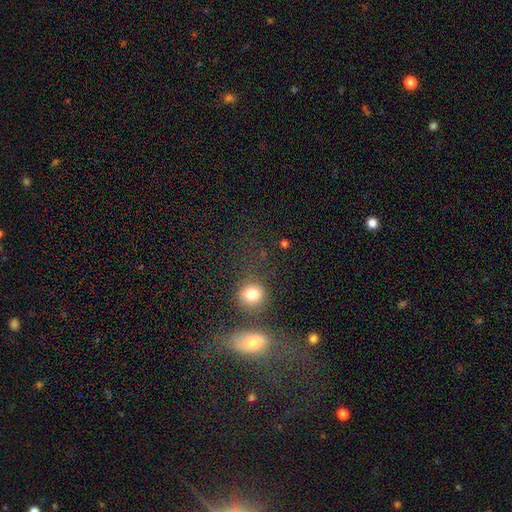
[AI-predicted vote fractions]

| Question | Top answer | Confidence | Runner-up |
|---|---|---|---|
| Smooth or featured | smooth | 61% | star or artifact (22%) |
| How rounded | round | 57% | in between (39%) |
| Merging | merger | 45% | none (28%) |